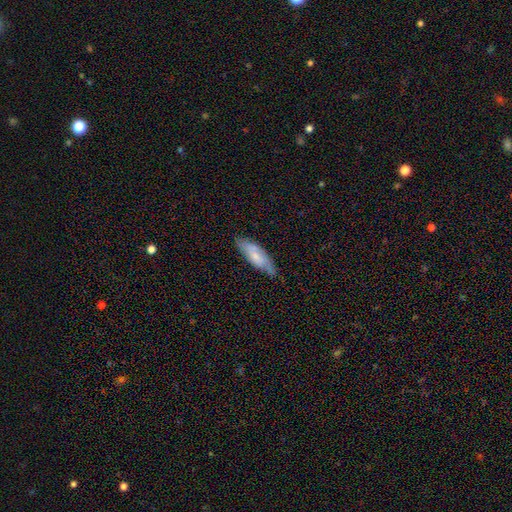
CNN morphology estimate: This appears to be a smooth galaxy with no disk features (59%) that is in between round and cigar-shaped (56%). Merging: none (67%).